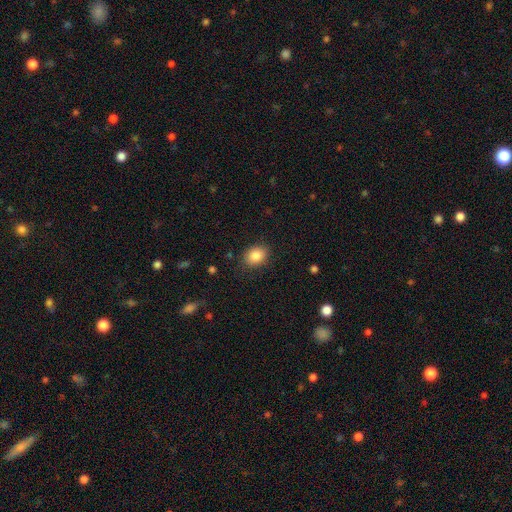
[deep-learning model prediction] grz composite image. It shows a smooth galaxy with no disk features (85%) that is in between round and cigar-shaped (59%). Merging: none (86%).